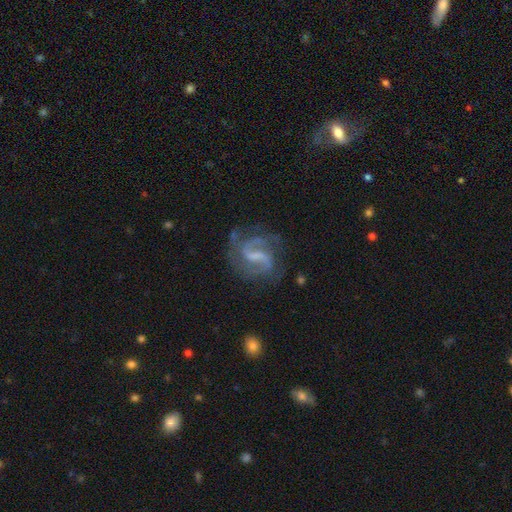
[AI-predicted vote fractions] A featured or disk galaxy (88%) with a weak bar (50%), 2 (85%) medium (53%) spiral arms (97%) and no central bulge (42%).

Vote fractions:
- Smooth or featured? featured or disk: 88% / star or artifact: 6% / smooth: 6%
- Edge-on disk? no: 98% / yes: 2%
- Bar? weak: 50% / strong: 36% / no: 14%
- Spiral arms? yes: 97% / no: 3%
- Spiral winding? medium: 53% / loose: 28% / tight: 19%
- Spiral arm count? 2: 85% / 3: 5% / can't tell: 5% / 1: 3% / 4: 2% / more than 4: 2%
- Bulge size? none: 42% / small: 37% / moderate: 18% / large: 2% / dominant: 1%
- Merging? none: 70% / minor disturbance: 17% / major disturbance: 10% / merger: 2%